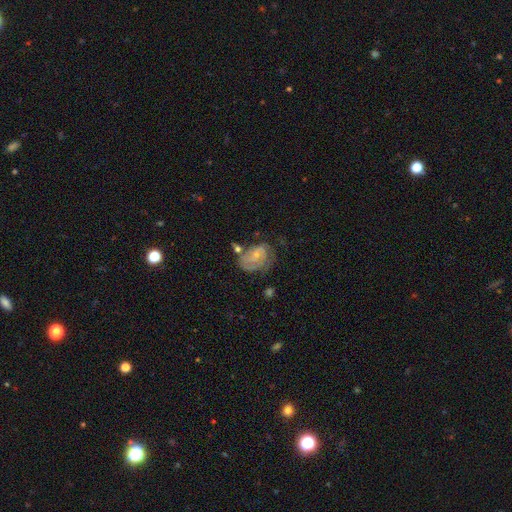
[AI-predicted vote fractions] Smooth or featured?
  - featured or disk: 73% *
  - smooth: 20%
  - star or artifact: 7%
Edge-on disk?
  - no: 97% *
  - yes: 3%
Bar?
  - no: 58% *
  - weak: 35%
  - strong: 6%
Spiral arms?
  - yes: 86% *
  - no: 14%
Spiral winding?
  - tight: 55% *
  - medium: 34%
  - loose: 11%
Spiral arm count?
  - 2: 40% *
  - can't tell: 33%
  - 3: 12%
  - 1: 9%
  - 4: 3%
  - more than 4: 3%
Bulge size?
  - small: 66% *
  - moderate: 26%
  - none: 5%
  - large: 1%
  - dominant: 1%
Merging?
  - none: 44% *
  - minor disturbance: 25%
  - major disturbance: 20%
  - merger: 10%